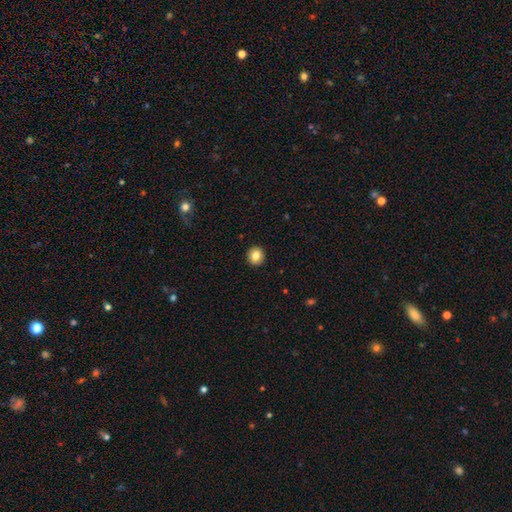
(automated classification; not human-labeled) Q: Smooth or featured?
A: smooth (83%); runner-up: star or artifact (9%)
Q: How rounded?
A: round (87%); runner-up: in between (12%)
Q: Merging?
A: none (93%); runner-up: minor disturbance (5%)